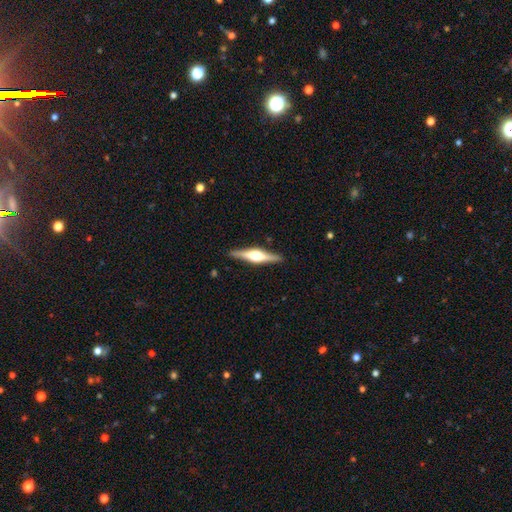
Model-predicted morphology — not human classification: type=featured or disk (77%); edge-on=yes (98%); edge-on bulge=rounded (88%); merging=none (90%).